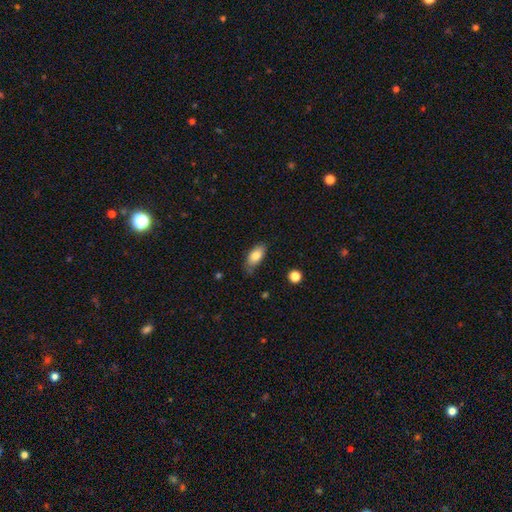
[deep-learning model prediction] Overall: smooth (80%). How rounded: in between (89%). Merging: none (70%).